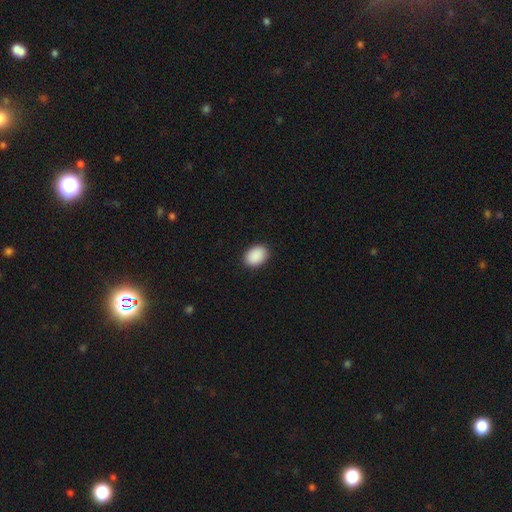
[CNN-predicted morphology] This is clearly a smooth galaxy (91%). How rounded: likely in between (79%). Merging: clearly none (90%).